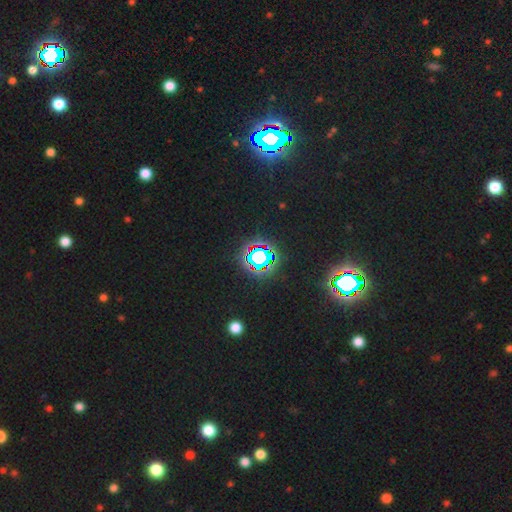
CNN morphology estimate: smooth_or_featured: star or artifact (p=0.81) [alt: smooth p=0.12]